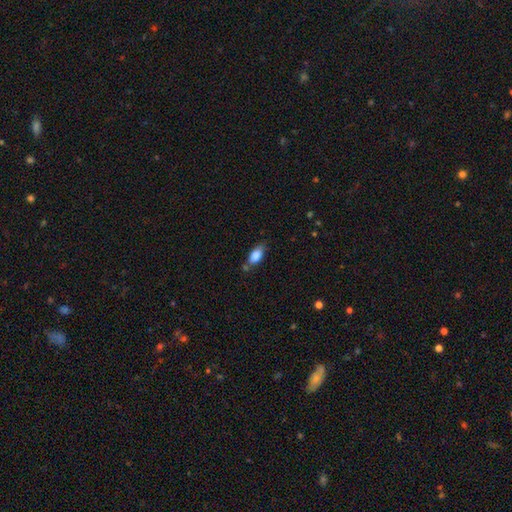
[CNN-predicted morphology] Smooth or featured? Predicted: smooth (p=0.83). How rounded? Predicted: in between (p=0.85). Merging? Predicted: none (p=0.63).